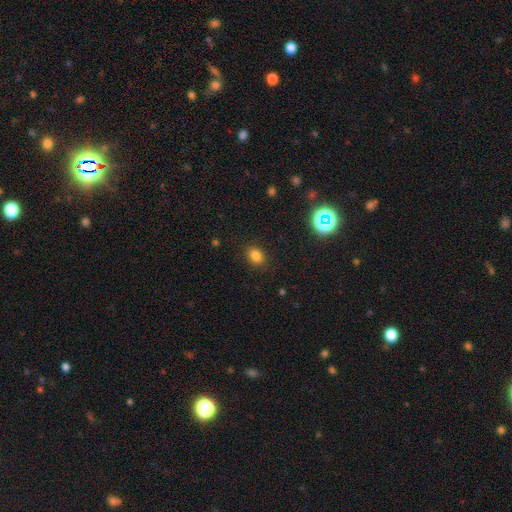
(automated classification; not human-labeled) Smooth or featured?
  - smooth: 81% *
  - star or artifact: 14%
  - featured or disk: 5%
How rounded?
  - in between: 58% *
  - round: 41%
  - cigar-shaped: 1%
Merging?
  - none: 87% *
  - minor disturbance: 8%
  - major disturbance: 3%
  - merger: 1%